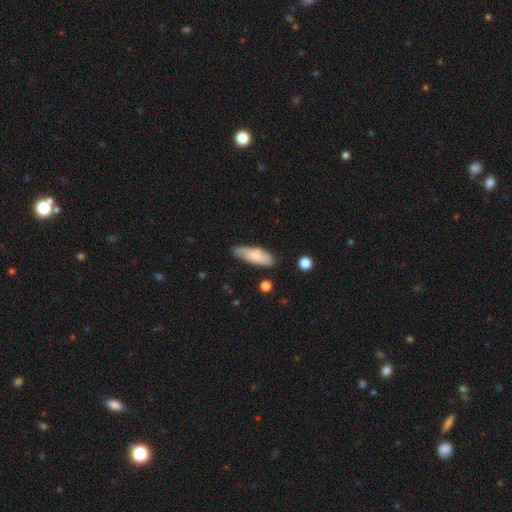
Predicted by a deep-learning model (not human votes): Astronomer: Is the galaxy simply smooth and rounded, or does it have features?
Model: smooth — 73%.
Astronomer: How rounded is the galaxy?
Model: in between — 66%.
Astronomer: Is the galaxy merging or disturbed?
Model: none — 68%.